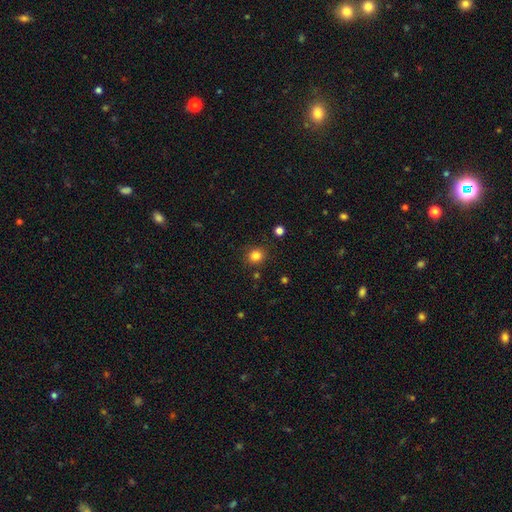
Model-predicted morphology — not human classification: Smooth or featured? Predicted: smooth (p=0.83). How rounded? Predicted: round (p=0.82). Merging? Predicted: none (p=0.86).